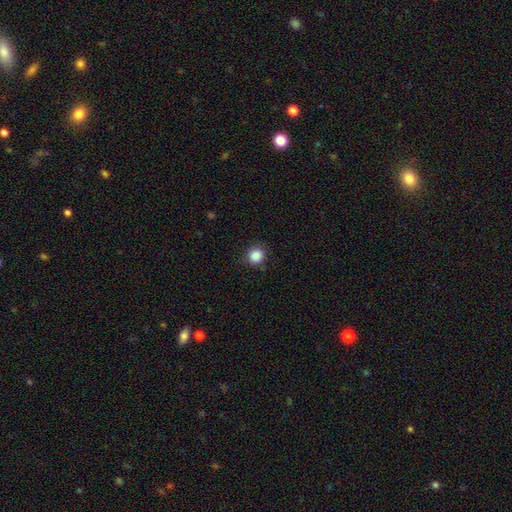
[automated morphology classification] This appears to be a smooth galaxy with no disk features (86%) that is round (91%). Merging: none (87%).